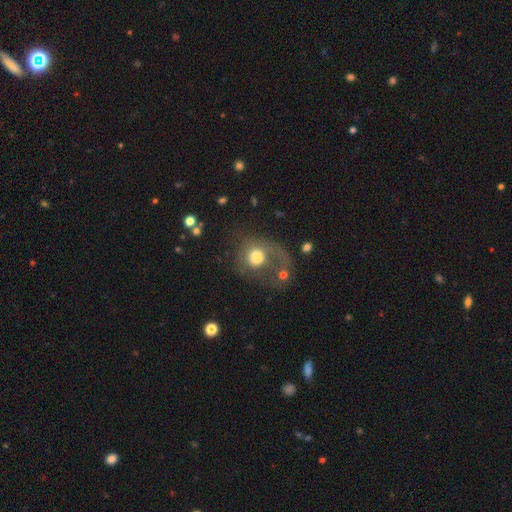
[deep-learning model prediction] Smooth or featured? smooth (58%)
How rounded? round (70%)
Merging? major disturbance (48%)